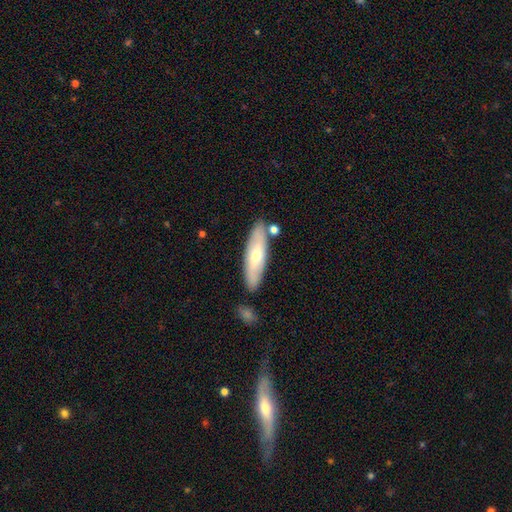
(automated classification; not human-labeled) Smooth or featured? smooth (50%)
Merging? none (80%)